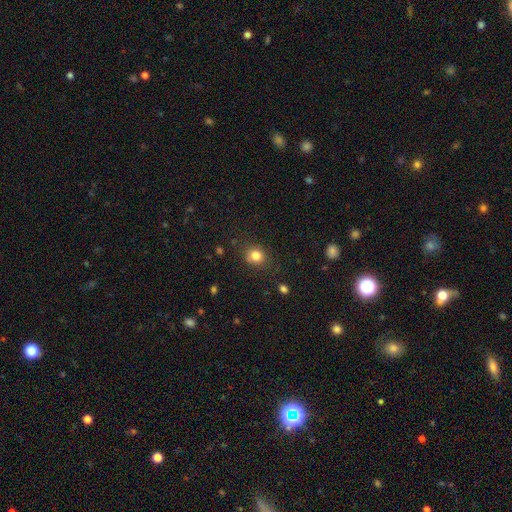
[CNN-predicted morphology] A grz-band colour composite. It shows a smooth galaxy with no disk features (82%) that is round (77%). Merging: none (80%).